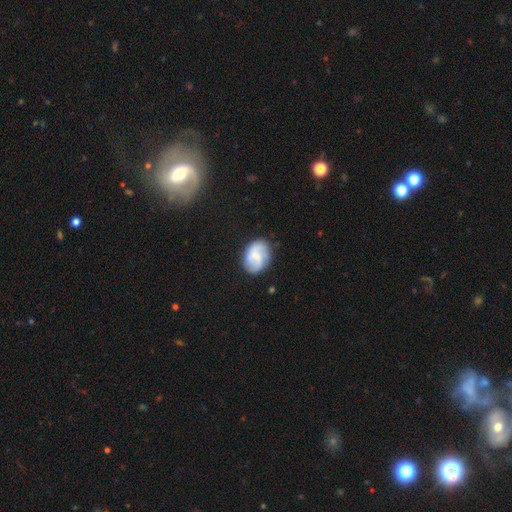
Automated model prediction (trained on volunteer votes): A featured or disk galaxy (56%) with no bar (48%), spiral arms (89%) and a small central bulge (53%).

Vote fractions:
- Smooth or featured? featured or disk: 56% / smooth: 37% / star or artifact: 7%
- Edge-on disk? no: 98% / yes: 2%
- Bar? no: 48% / weak: 43% / strong: 9%
- Spiral arms? yes: 89% / no: 11%
- Bulge size? small: 53% / moderate: 26% / none: 18% / large: 3% / dominant: 1%
- Merging? none: 74% / minor disturbance: 19% / major disturbance: 6% / merger: 2%